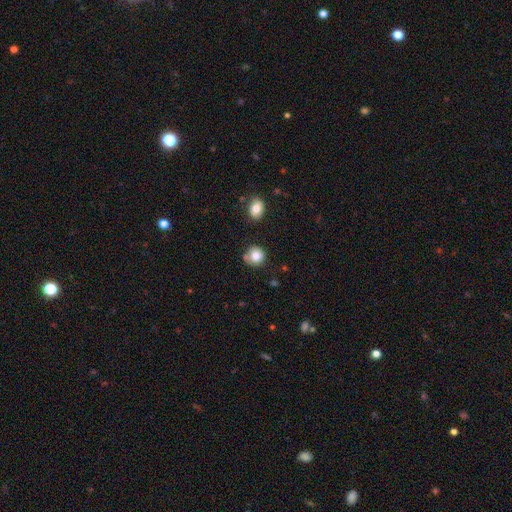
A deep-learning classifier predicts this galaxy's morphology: The model was most divided on "merging": none: 69%, minor disturbance: 18%, merger: 8%, major disturbance: 5%. More confident: how rounded — round (88%); smooth or featured — smooth (83%).